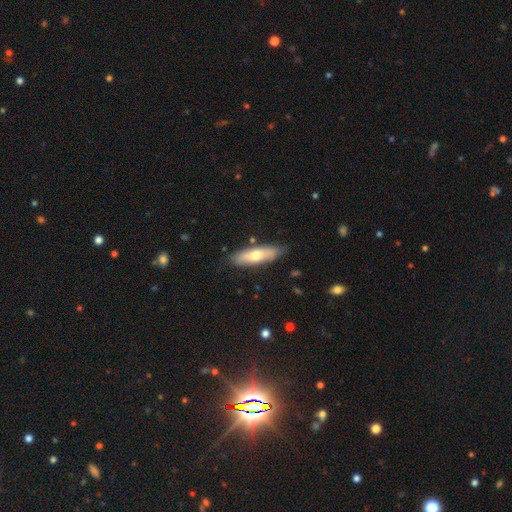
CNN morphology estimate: smooth 62%, featured or disk 32%, star or artifact 6%. Down the decision tree: how rounded — cigar-shaped (50%); merging — none (81%).